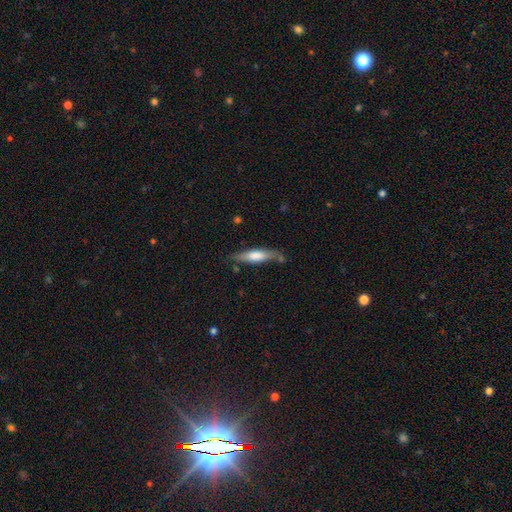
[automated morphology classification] Smooth or featured: smooth — 54% (featured or disk — 40%)
How rounded: cigar-shaped — 74% (in between — 24%)
Merging: none — 73% (minor disturbance — 17%)